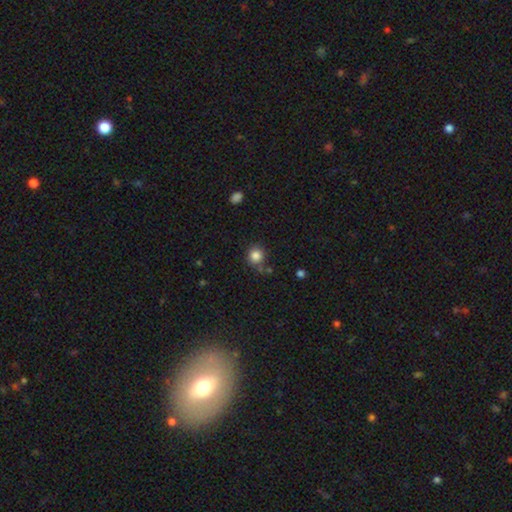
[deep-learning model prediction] Smooth or featured?
  - smooth: 84% *
  - star or artifact: 11%
  - featured or disk: 5%
How rounded?
  - round: 88% *
  - in between: 11%
  - cigar-shaped: 1%
Merging?
  - none: 75% *
  - minor disturbance: 14%
  - merger: 7%
  - major disturbance: 4%